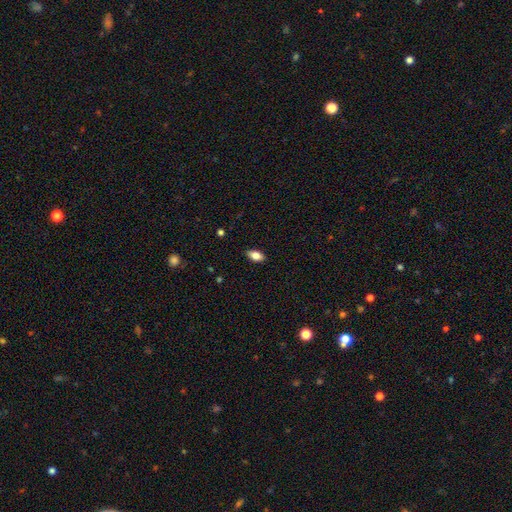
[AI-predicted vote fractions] Overall: smooth (79%). How rounded: in between (89%). Merging: none (87%).